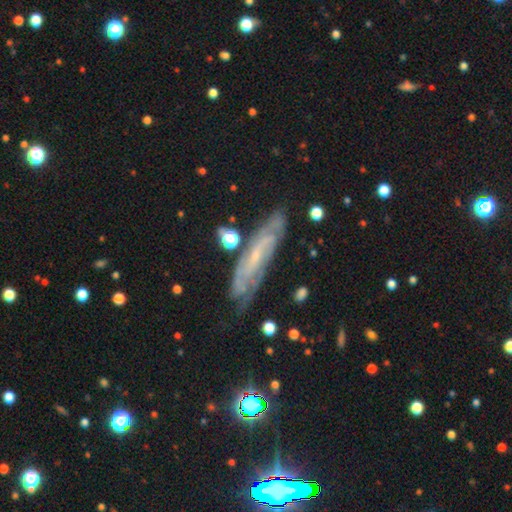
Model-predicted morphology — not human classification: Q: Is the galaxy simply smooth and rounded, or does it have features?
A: featured or disk — 70%.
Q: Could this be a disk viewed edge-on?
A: no — 66%.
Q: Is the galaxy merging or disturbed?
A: none — 73%.